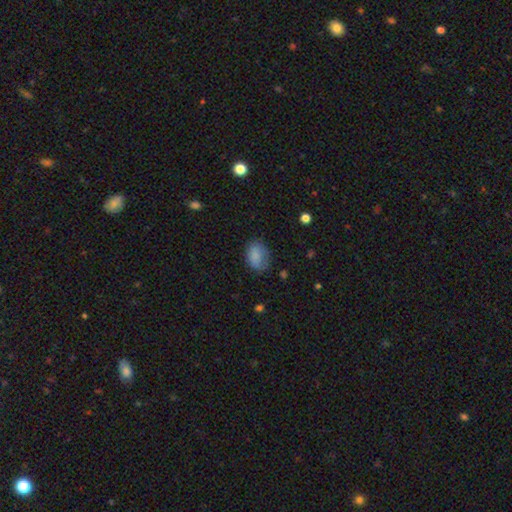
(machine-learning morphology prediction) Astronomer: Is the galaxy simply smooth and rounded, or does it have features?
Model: smooth — 83%.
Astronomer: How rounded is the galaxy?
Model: in between — 77%.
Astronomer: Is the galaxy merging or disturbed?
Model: none — 65%.